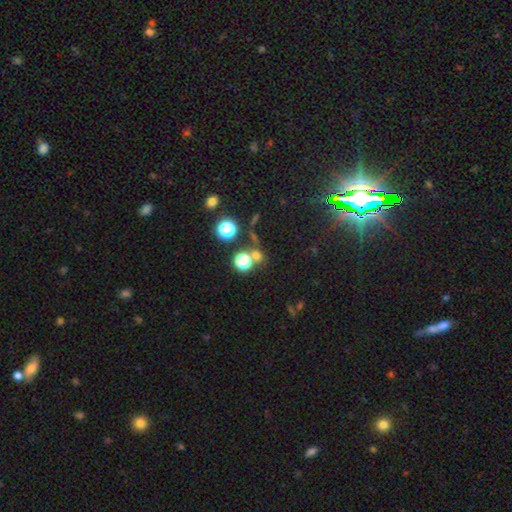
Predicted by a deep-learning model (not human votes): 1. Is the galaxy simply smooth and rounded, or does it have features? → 56% smooth, 35% star or artifact, 9% featured or disk.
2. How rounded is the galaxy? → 83% round, 15% in between, 2% cigar-shaped.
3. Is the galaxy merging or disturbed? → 63% none, 23% merger, 9% minor disturbance, 5% major disturbance.